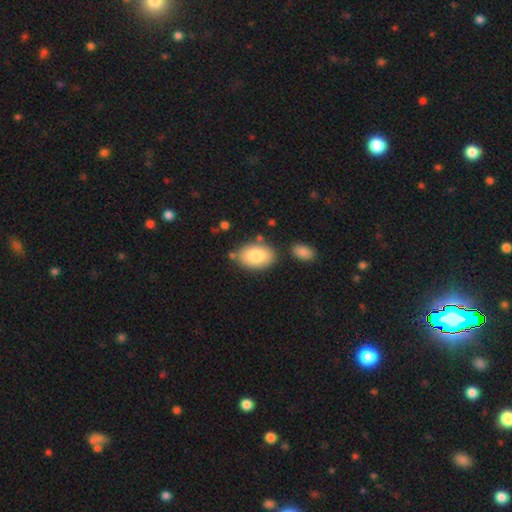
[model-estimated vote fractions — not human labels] Smooth or featured? smooth (82%)
How rounded? in between (88%)
Merging? none (76%)